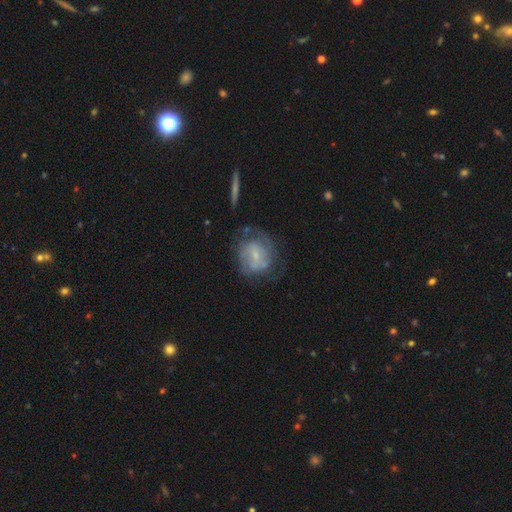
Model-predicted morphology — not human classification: Smooth or featured? featured or disk (65%)
Edge-on disk? no (97%)
Bar? no (45%)
Spiral arms? yes (74%)
Bulge size? small (66%)
Merging? none (52%)